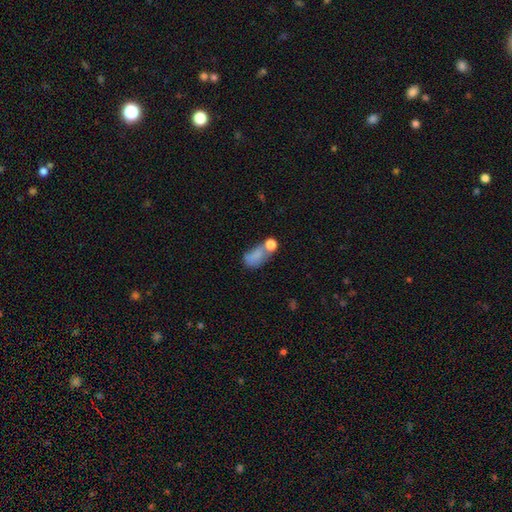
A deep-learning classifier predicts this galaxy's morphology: Smooth or featured? smooth (68%)
How rounded? in between (82%)
Merging? merger (37%)